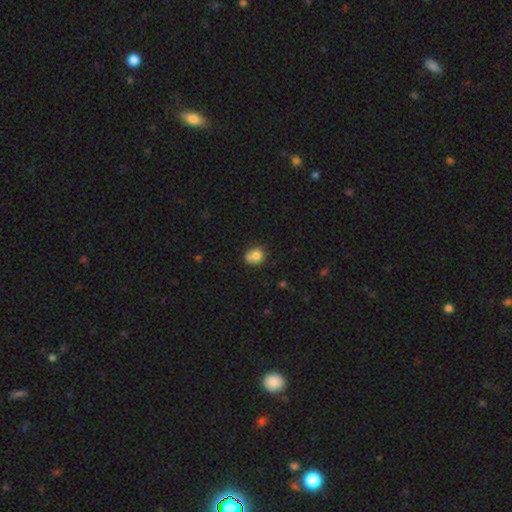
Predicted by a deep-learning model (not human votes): Morphology: type=smooth (77%); roundness=round (71%); merging=none (50%).